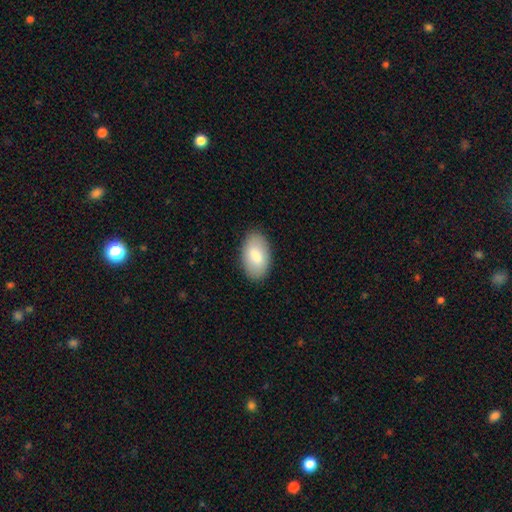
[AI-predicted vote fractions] smooth-or-featured: smooth: 81% | featured or disk: 13% | star or artifact: 6%
  how-rounded: in between: 94% | round: 4% | cigar-shaped: 1%
  merging: none: 87% | minor disturbance: 10% | major disturbance: 2% | merger: 1%